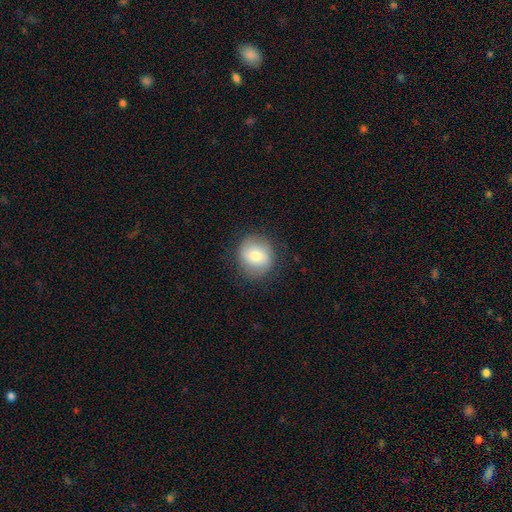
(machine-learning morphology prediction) This appears to be a smooth galaxy with no disk features (70%) that is round (87%). Merging: none (84%).